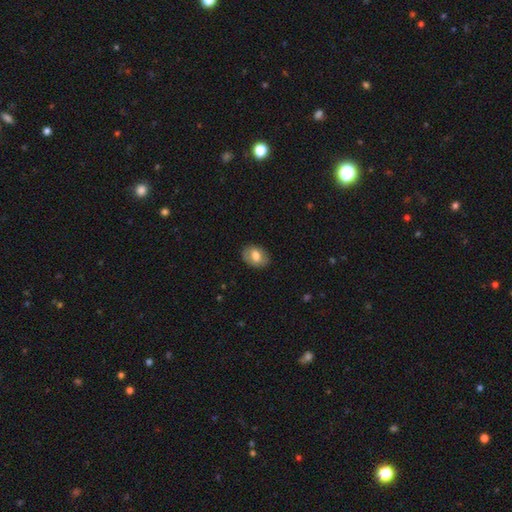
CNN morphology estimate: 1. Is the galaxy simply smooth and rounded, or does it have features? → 70% smooth, 22% featured or disk, 7% star or artifact.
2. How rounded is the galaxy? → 74% in between, 25% round, 1% cigar-shaped.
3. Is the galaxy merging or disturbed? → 84% none, 12% minor disturbance, 3% major disturbance, 1% merger.